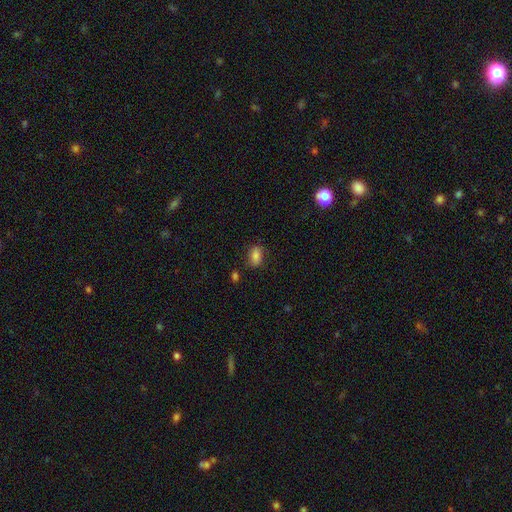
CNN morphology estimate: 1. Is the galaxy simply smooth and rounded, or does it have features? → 82% smooth, 10% star or artifact, 8% featured or disk.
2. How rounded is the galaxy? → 83% in between, 13% round, 4% cigar-shaped.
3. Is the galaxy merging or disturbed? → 75% none, 17% minor disturbance, 4% major disturbance, 4% merger.